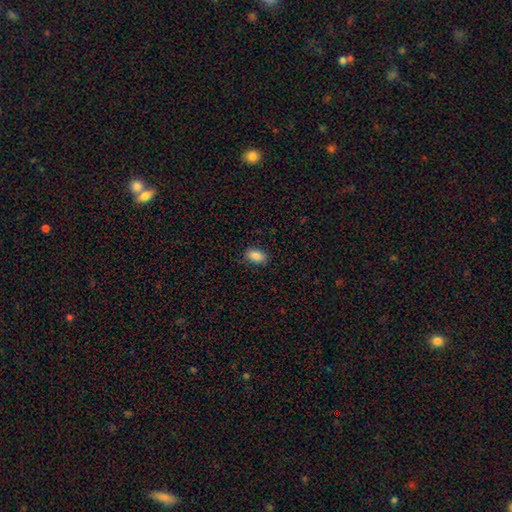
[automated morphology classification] The model was most divided on "merging": none: 86%, minor disturbance: 10%, major disturbance: 3%, merger: 1%. More confident: how rounded — in between (91%); smooth or featured — smooth (88%).